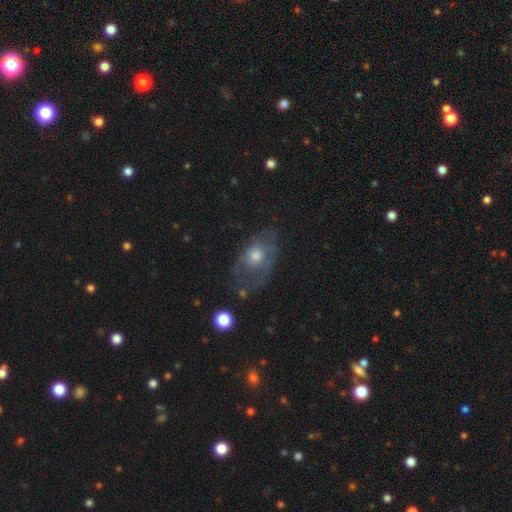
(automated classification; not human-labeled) Q: Smooth or featured?
A: featured or disk (45%); runner-up: smooth (44%)
Q: Merging?
A: none (49%); runner-up: minor disturbance (26%)